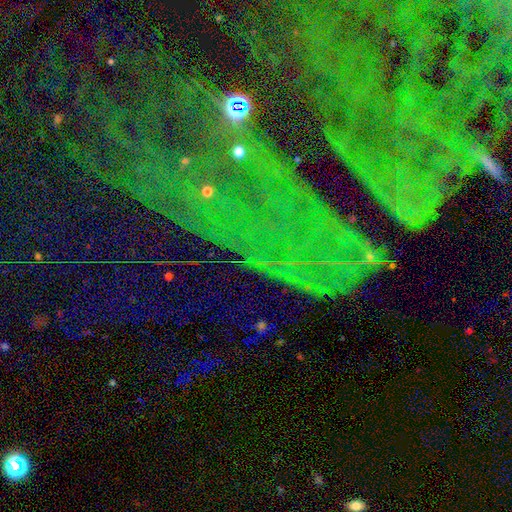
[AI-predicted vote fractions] This is likely a star or artifact rather than a galaxy (73%).